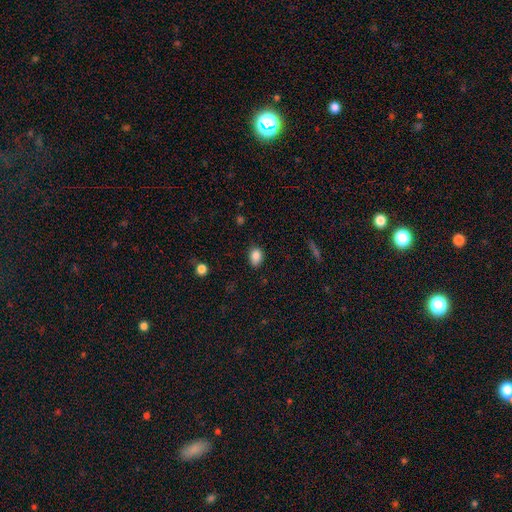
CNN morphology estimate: Q: Smooth or featured?
A: smooth (85%); runner-up: star or artifact (10%)
Q: How rounded?
A: in between (73%); runner-up: round (26%)
Q: Merging?
A: none (76%); runner-up: minor disturbance (19%)